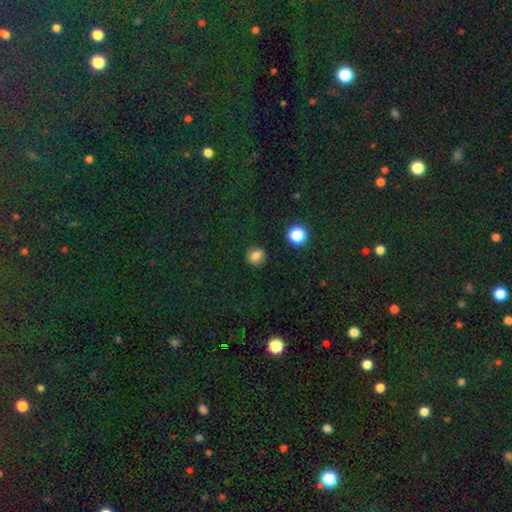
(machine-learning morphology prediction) smooth 79%, star or artifact 14%, featured or disk 7%. Down the decision tree: how rounded — round (72%); merging — none (86%).